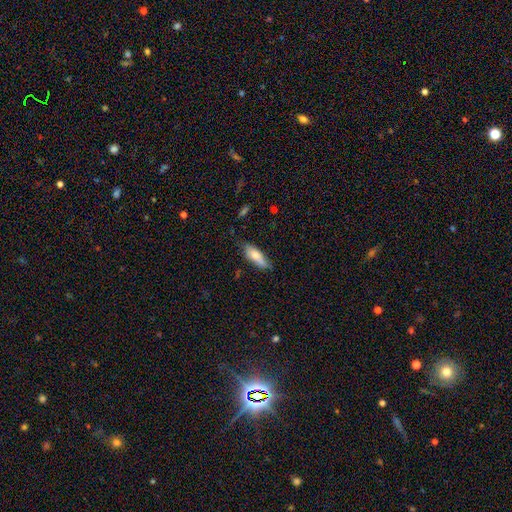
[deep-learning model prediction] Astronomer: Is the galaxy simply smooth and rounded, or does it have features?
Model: smooth — 73%.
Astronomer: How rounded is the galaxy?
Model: in between — 53% (runner-up: cigar-shaped, 45%).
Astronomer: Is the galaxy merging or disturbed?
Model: none — 67%.